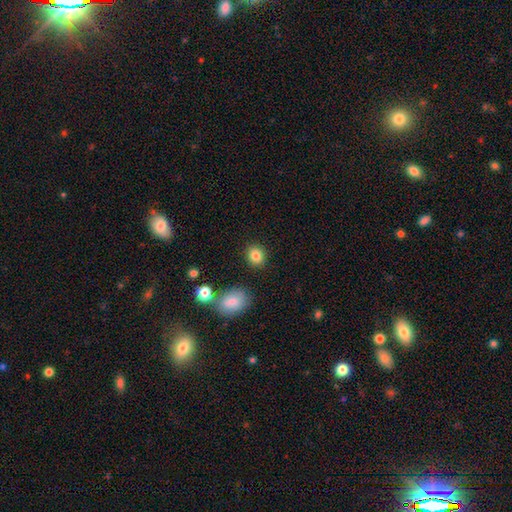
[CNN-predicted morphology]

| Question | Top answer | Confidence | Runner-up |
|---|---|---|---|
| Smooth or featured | smooth | 84% | star or artifact (10%) |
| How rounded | round | 74% | in between (25%) |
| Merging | none | 87% | minor disturbance (7%) |